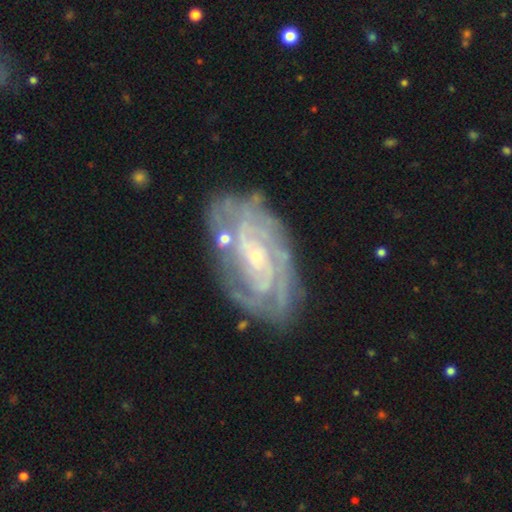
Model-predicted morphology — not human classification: Smooth or featured: featured or disk — 85% (smooth — 8%)
Edge-on disk: no — 95% (yes — 5%)
Bar: no — 59% (weak — 32%)
Spiral arms: yes — 94% (no — 6%)
Spiral winding: tight — 69% (medium — 25%)
Spiral arm count: can't tell — 38% (4 — 17%)
Bulge size: small — 78% (moderate — 17%)
Merging: none — 74% (minor disturbance — 17%)